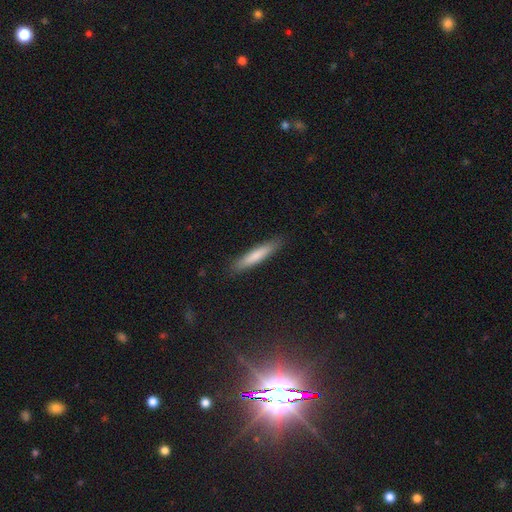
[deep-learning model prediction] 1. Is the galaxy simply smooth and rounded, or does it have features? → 76% smooth, 19% featured or disk, 6% star or artifact.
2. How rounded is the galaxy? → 90% cigar-shaped, 9% in between, 1% round.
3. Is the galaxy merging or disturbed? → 89% none, 8% minor disturbance, 2% major disturbance, 1% merger.